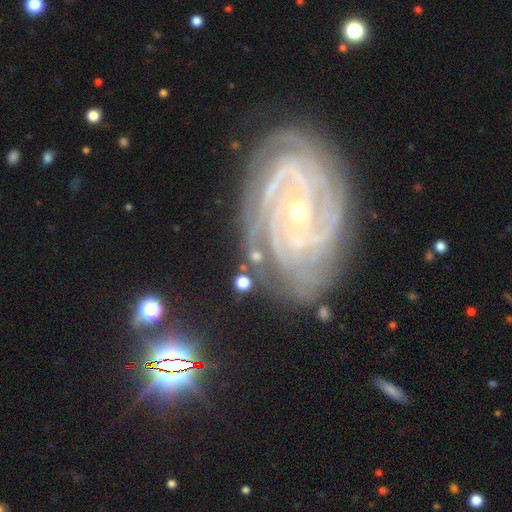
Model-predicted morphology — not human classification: This appears to be a featured or disk galaxy (52%). Merging: none (67%).